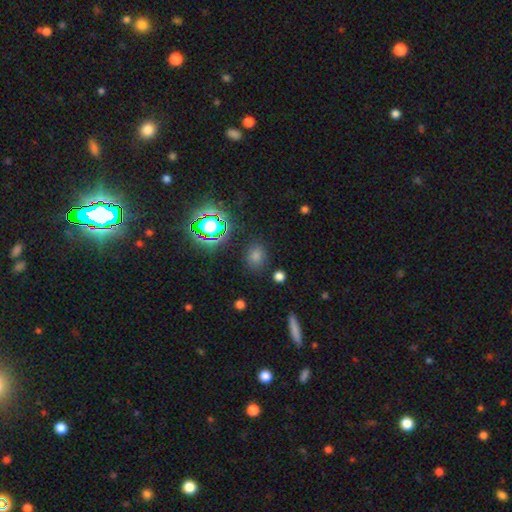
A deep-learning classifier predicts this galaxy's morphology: A smooth galaxy with no disk features (64%) that is round (67%). Merging: none (85%).